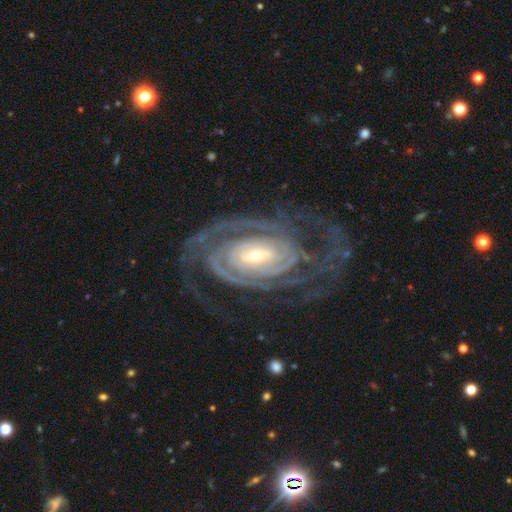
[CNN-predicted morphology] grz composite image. It shows a featured or disk galaxy (92%) with no bar (36%, tied with weak), 2 (49%) tight (72%) spiral arms (98%) and a small central bulge (61%). Merging: none (67%).